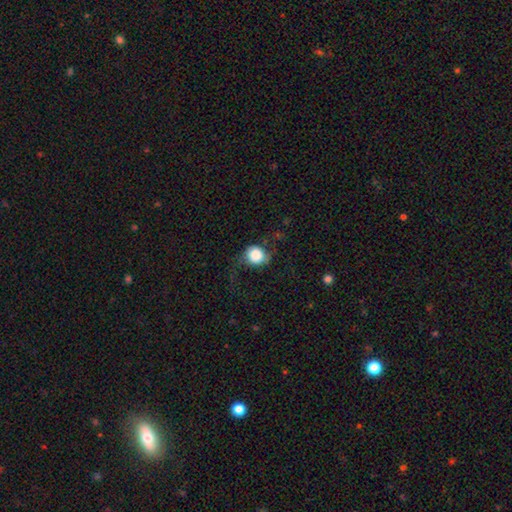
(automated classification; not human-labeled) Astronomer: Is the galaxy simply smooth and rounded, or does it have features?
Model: smooth — 76%.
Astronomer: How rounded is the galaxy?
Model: round — 81%.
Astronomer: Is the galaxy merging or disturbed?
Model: none — 56%.